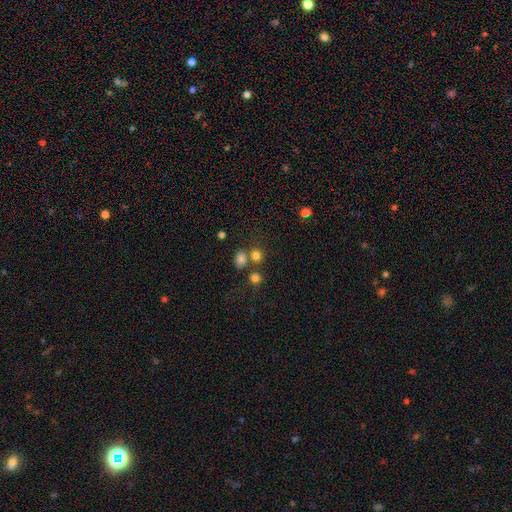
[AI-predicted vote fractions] Overall: smooth (78%). How rounded: round (71%). Merging: none (60%; merger 26%).